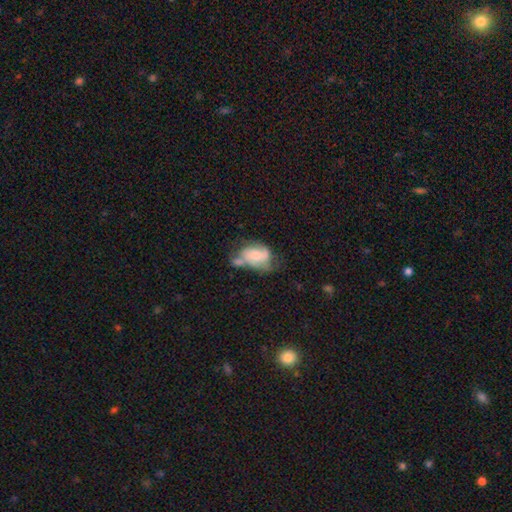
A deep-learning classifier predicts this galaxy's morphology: This appears to be a featured or disk galaxy (49%). Merging: merger (29%).